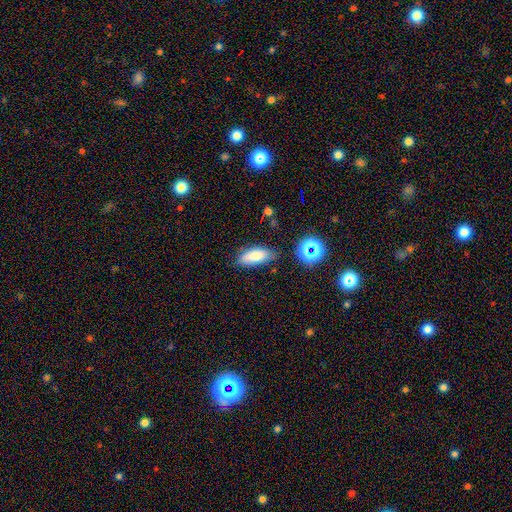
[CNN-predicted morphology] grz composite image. It shows a smooth galaxy with no disk features (77%) that is in between round and cigar-shaped (78%). Merging: none (74%).